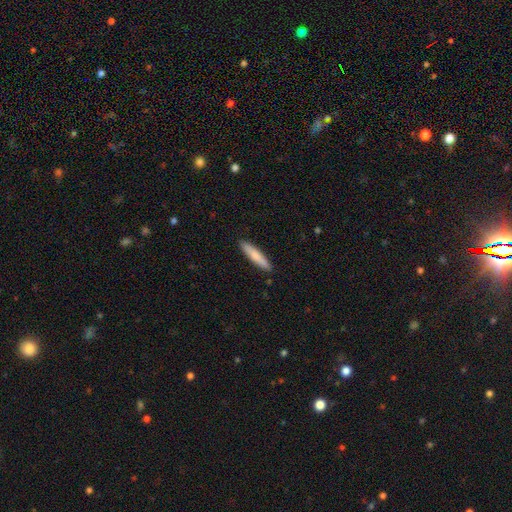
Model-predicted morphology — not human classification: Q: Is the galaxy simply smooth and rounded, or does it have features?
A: smooth — 77%.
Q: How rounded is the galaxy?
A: cigar-shaped — 89%.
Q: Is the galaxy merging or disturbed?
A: none — 91%.